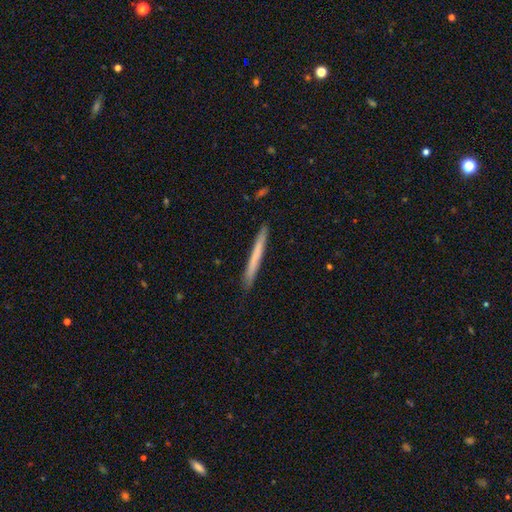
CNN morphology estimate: A smooth galaxy with no disk features (64%) that is cigar-shaped (97%).

Vote fractions:
- Smooth or featured? smooth: 64% / featured or disk: 31% / star or artifact: 6%
- How rounded? cigar-shaped: 97% / in between: 2% / round: 1%
- Merging? none: 91% / minor disturbance: 7% / major disturbance: 1% / merger: 1%